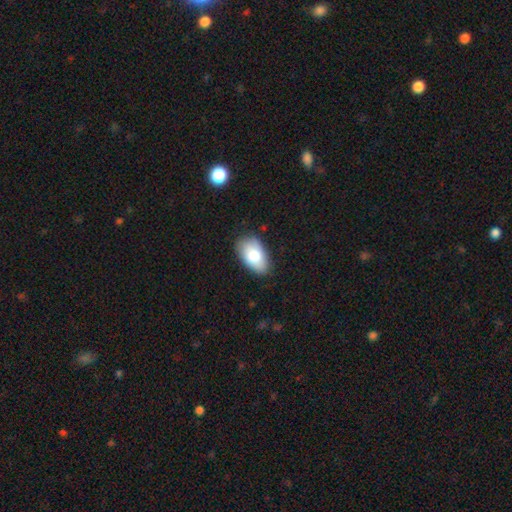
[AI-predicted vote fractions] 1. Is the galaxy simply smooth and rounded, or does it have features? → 81% smooth, 13% featured or disk, 7% star or artifact.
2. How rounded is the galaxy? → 94% in between, 5% round, 2% cigar-shaped.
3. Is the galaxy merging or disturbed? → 79% none, 16% minor disturbance, 3% major disturbance, 1% merger.